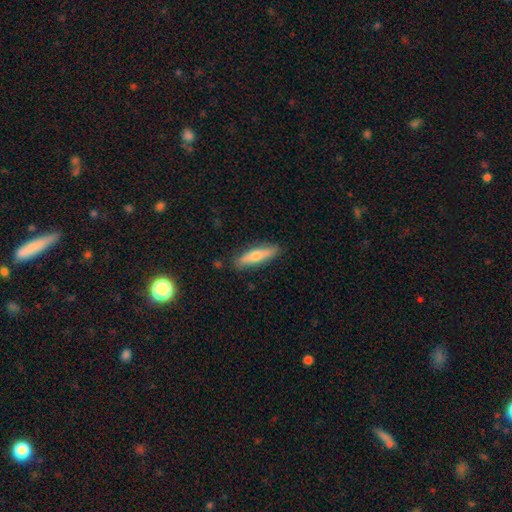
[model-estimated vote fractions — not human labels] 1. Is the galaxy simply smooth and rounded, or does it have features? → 59% smooth, 33% featured or disk, 7% star or artifact.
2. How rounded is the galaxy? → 76% cigar-shaped, 22% in between, 2% round.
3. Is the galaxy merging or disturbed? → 86% none, 11% minor disturbance, 2% major disturbance, 1% merger.